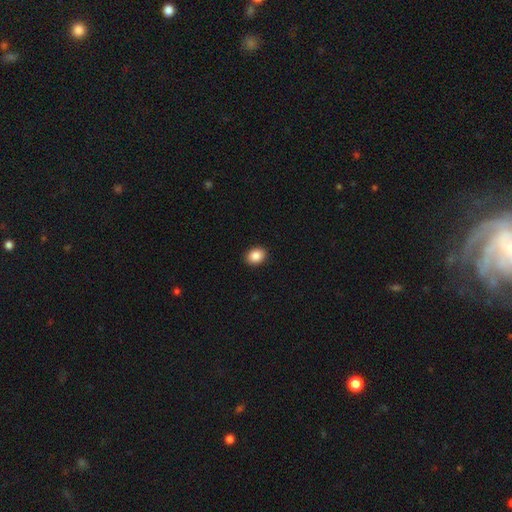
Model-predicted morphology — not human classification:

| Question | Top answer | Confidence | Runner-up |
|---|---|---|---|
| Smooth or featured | smooth | 88% | star or artifact (8%) |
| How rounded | in between | 54% | round (45%) |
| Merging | none | 92% | minor disturbance (6%) |